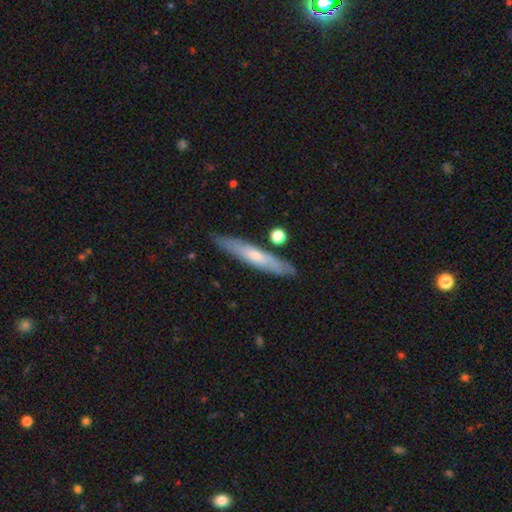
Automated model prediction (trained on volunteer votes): smooth-or-featured: featured or disk: 49% | smooth: 45% | star or artifact: 6%
  merging: none: 83% | minor disturbance: 12% | merger: 3% | major disturbance: 2%